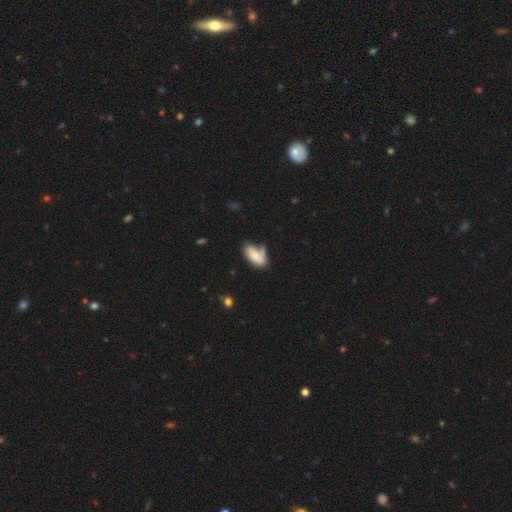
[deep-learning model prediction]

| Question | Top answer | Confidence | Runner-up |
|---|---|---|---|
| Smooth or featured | smooth | 75% | featured or disk (17%) |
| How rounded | in between | 89% | cigar-shaped (7%) |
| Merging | none | 41% | minor disturbance (25%) |